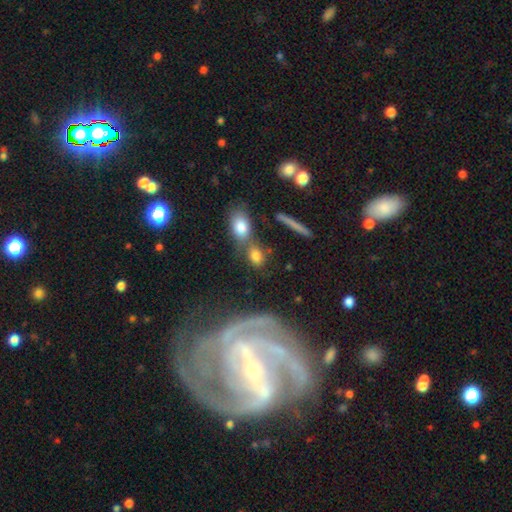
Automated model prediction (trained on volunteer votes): Overall: smooth (75%). How rounded: in between (71%). Merging: none (49%; merger 32%).